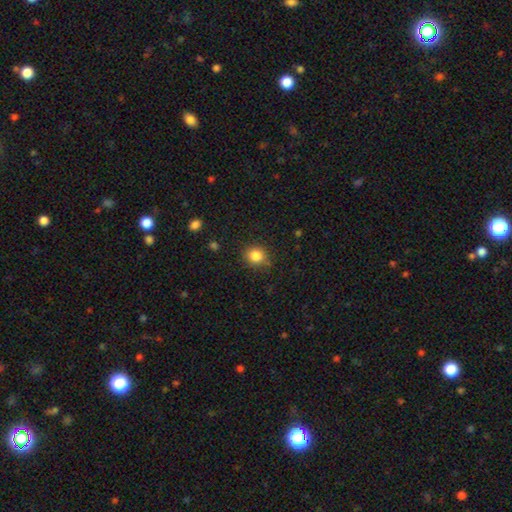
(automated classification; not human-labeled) A smooth galaxy with no disk features (85%) that is round (78%). Merging: none (85%).